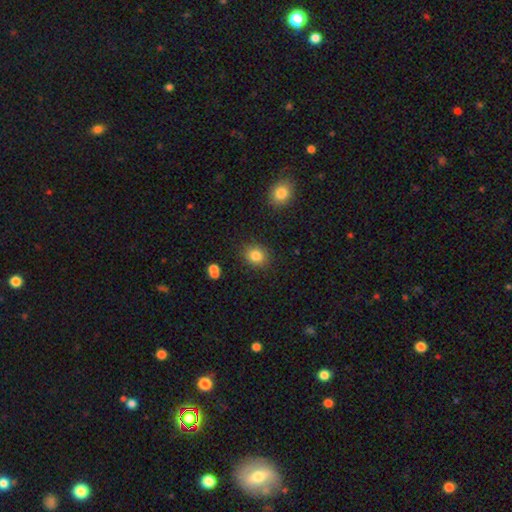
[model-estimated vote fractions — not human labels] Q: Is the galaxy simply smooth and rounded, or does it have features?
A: smooth — 84%.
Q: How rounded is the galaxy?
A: round — 72%.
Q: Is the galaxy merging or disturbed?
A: none — 86%.